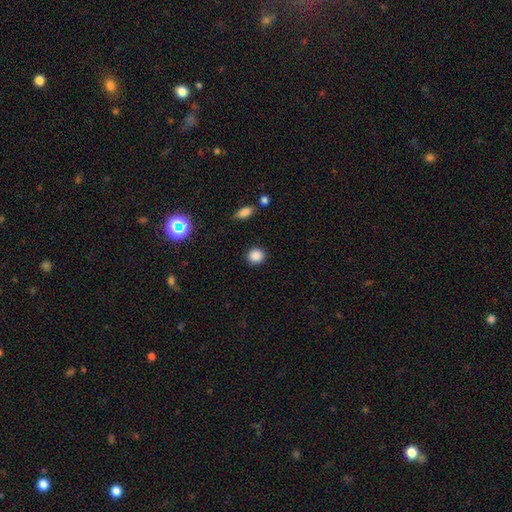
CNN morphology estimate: A smooth galaxy with no disk features (86%) that is round (87%).

Vote fractions:
- Smooth or featured? smooth: 86% / star or artifact: 11% / featured or disk: 3%
- How rounded? round: 87% / in between: 12% / cigar-shaped: 1%
- Merging? none: 89% / minor disturbance: 7% / major disturbance: 2% / merger: 2%